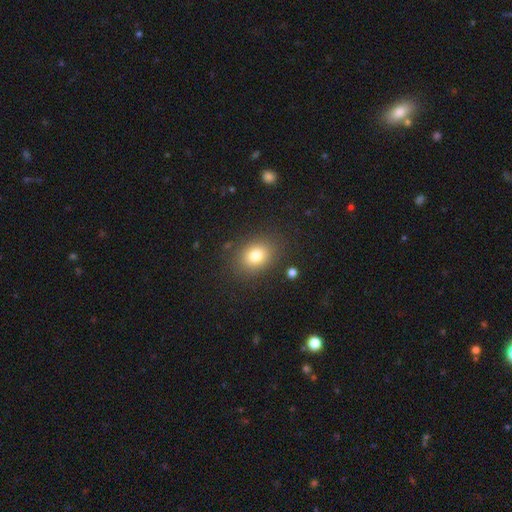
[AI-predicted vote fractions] This is likely a smooth galaxy (80%). How rounded: possibly in between (53%). Merging: clearly none (85%).